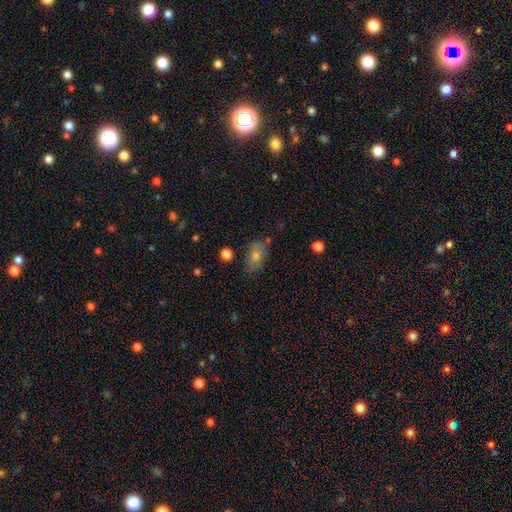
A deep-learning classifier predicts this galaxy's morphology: Q: Smooth or featured?
A: smooth (67%); runner-up: featured or disk (21%)
Q: How rounded?
A: in between (85%); runner-up: round (11%)
Q: Merging?
A: none (72%); runner-up: minor disturbance (20%)